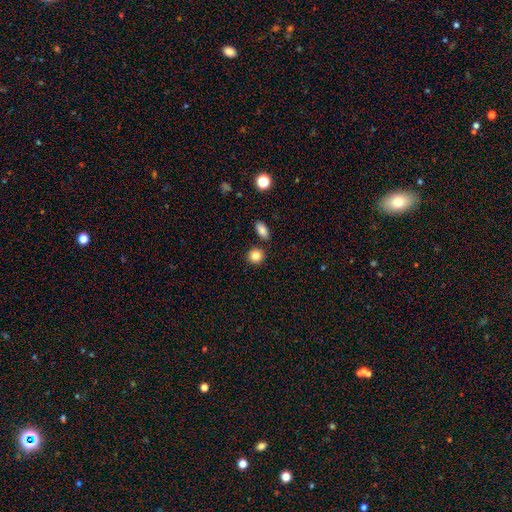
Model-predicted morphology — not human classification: smooth_or_featured: smooth (p=0.84) [alt: star or artifact p=0.10]
how_rounded: round (p=0.81) [alt: in between p=0.18]
merging: none (p=0.82) [alt: minor disturbance p=0.08]